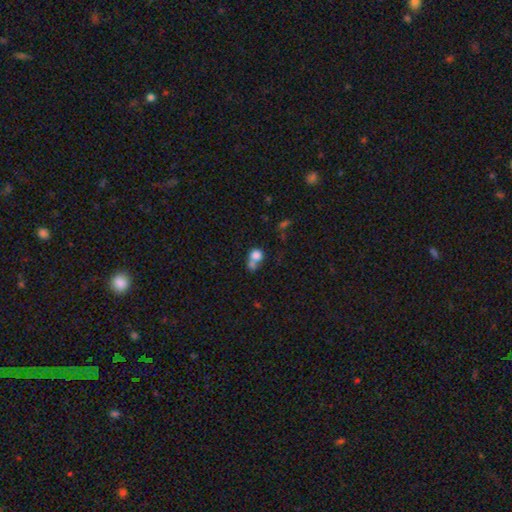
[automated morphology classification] Smooth or featured?
  - smooth: 78% *
  - featured or disk: 12%
  - star or artifact: 11%
How rounded?
  - round: 72% *
  - in between: 26%
  - cigar-shaped: 1%
Merging?
  - merger: 59% *
  - none: 26%
  - minor disturbance: 8%
  - major disturbance: 7%